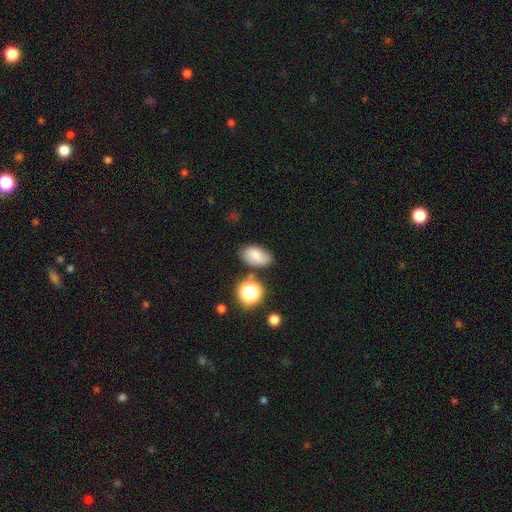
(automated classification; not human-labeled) Smooth or featured?
  - smooth: 74% *
  - featured or disk: 13%
  - star or artifact: 12%
How rounded?
  - in between: 86% *
  - round: 12%
  - cigar-shaped: 2%
Merging?
  - none: 72% *
  - minor disturbance: 17%
  - merger: 7%
  - major disturbance: 4%